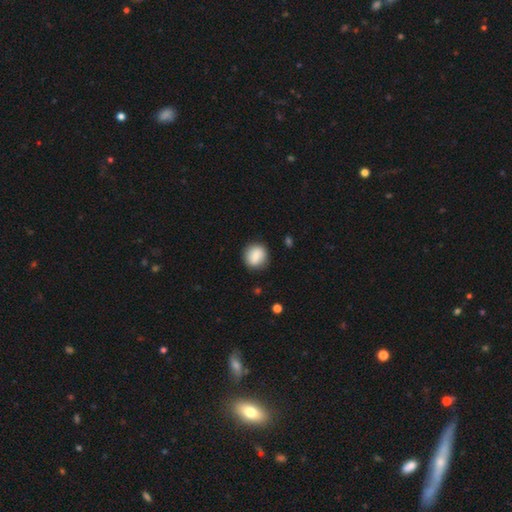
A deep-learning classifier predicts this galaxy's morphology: Q: Smooth or featured?
A: smooth (81%); runner-up: featured or disk (11%)
Q: How rounded?
A: round (83%); runner-up: in between (16%)
Q: Merging?
A: none (85%); runner-up: minor disturbance (10%)